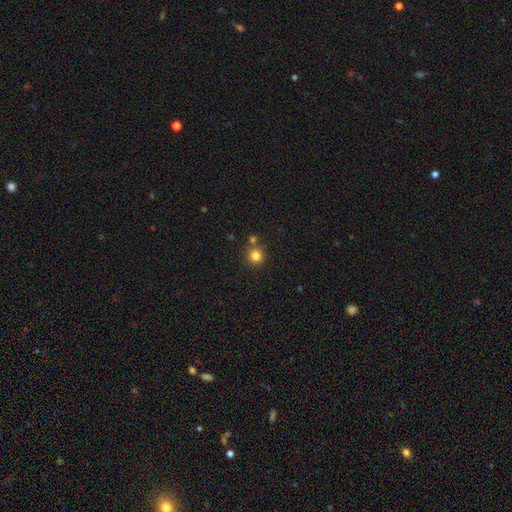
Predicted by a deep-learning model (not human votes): Morphology: type=smooth (81%); roundness=round (92%); merging=none (74%).